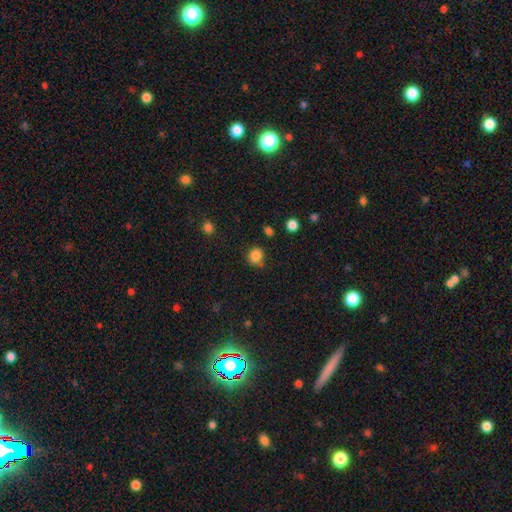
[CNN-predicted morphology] This appears to be a smooth galaxy with no disk features (84%) that is round (81%). Merging: none (72%).